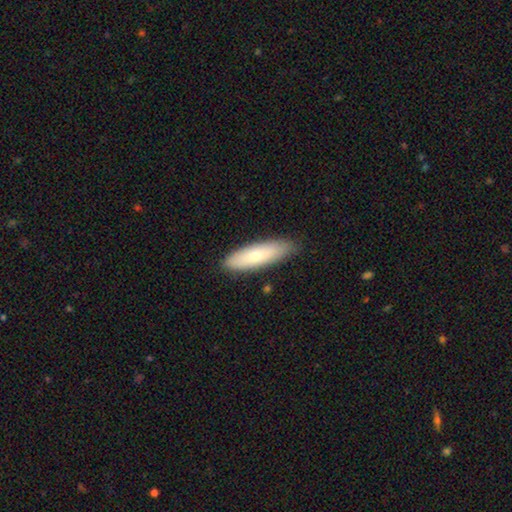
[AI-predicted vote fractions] Q: Smooth or featured?
A: smooth (70%); runner-up: featured or disk (24%)
Q: How rounded?
A: cigar-shaped (55%); runner-up: in between (43%)
Q: Merging?
A: none (86%); runner-up: minor disturbance (11%)